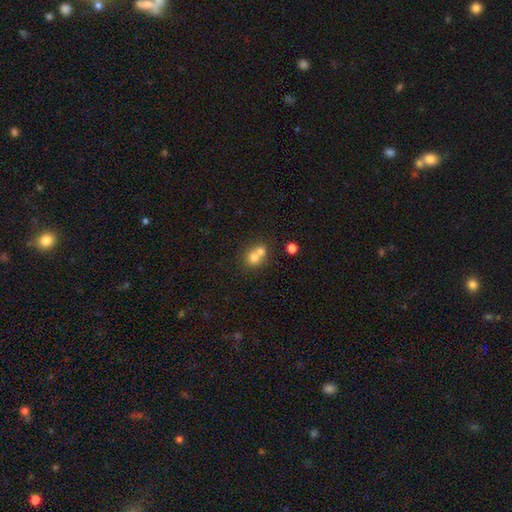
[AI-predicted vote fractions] Overall: smooth (71%). How rounded: round (78%). Merging: merger (62%; none 30%).